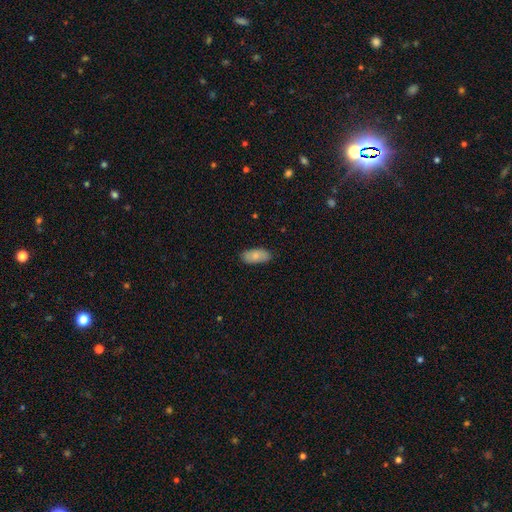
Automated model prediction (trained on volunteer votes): Overall: smooth (76%). How rounded: in between (92%). Merging: none (83%).